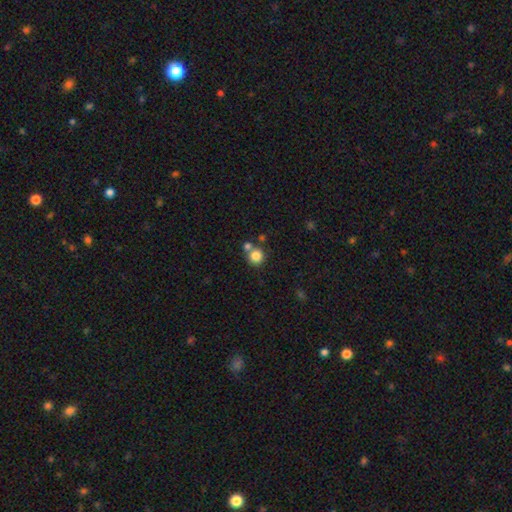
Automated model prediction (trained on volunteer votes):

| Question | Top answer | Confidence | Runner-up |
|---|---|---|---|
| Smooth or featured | smooth | 83% | star or artifact (11%) |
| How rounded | round | 91% | in between (8%) |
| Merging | none | 63% | merger (26%) |